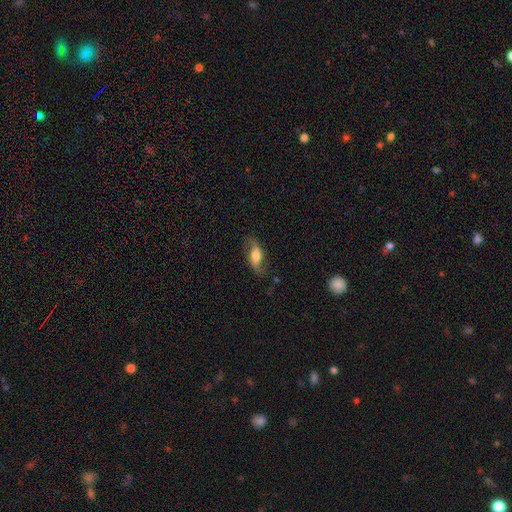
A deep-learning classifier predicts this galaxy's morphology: Q: Smooth or featured?
A: featured or disk (58%); runner-up: smooth (35%)
Q: Edge-on disk?
A: no (84%); runner-up: yes (16%)
Q: Merging?
A: none (72%); runner-up: minor disturbance (18%)